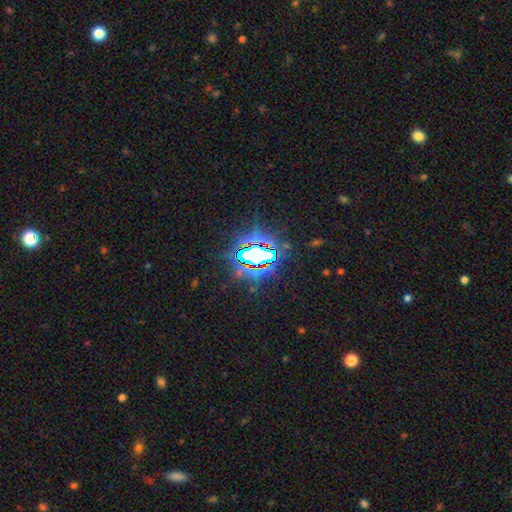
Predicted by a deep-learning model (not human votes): Morphology: type=star or artifact (77%).